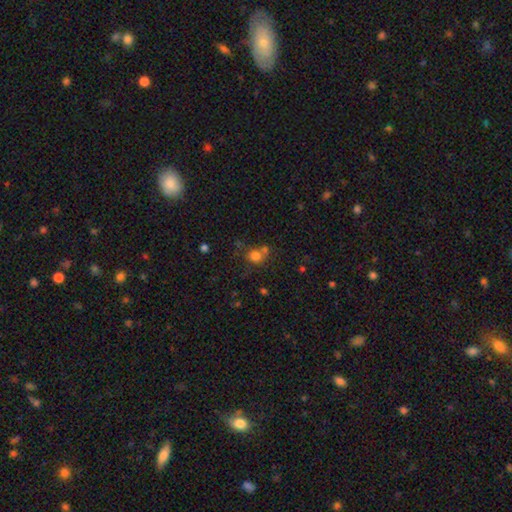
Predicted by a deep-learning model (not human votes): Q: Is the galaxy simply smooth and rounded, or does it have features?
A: smooth — 75%.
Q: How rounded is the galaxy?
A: round — 84%.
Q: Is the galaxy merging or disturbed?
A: none — 49%.